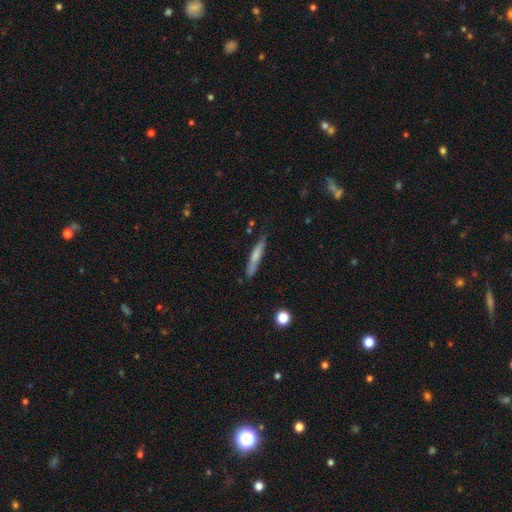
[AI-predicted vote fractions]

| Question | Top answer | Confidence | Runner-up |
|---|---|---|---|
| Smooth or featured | smooth | 66% | featured or disk (28%) |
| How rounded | cigar-shaped | 92% | in between (7%) |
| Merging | none | 78% | minor disturbance (17%) |